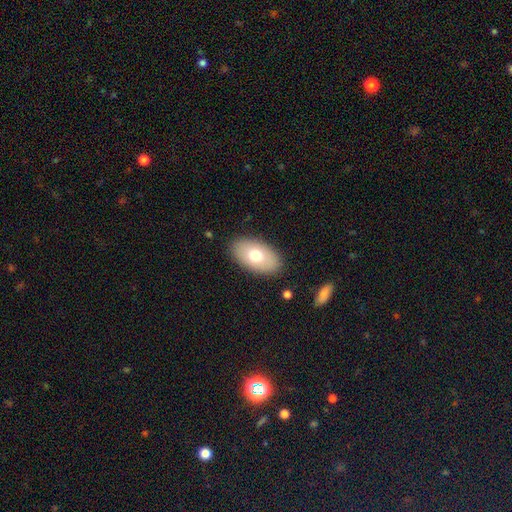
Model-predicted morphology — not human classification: Q: Smooth or featured?
A: smooth (71%); runner-up: featured or disk (22%)
Q: How rounded?
A: in between (94%); runner-up: round (5%)
Q: Merging?
A: none (87%); runner-up: minor disturbance (9%)